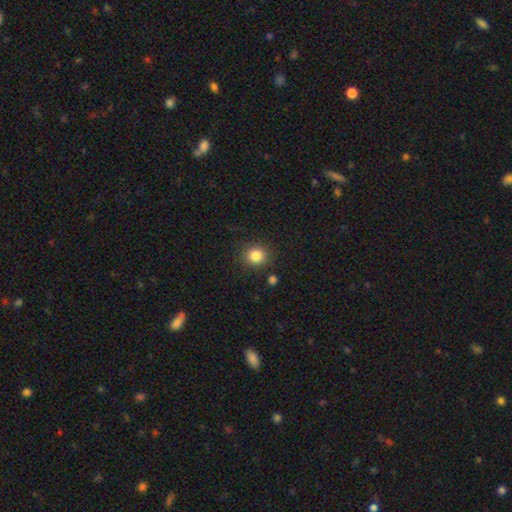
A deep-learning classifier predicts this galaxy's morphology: A smooth galaxy with no disk features (84%) that is round (85%). Merging: none (86%).